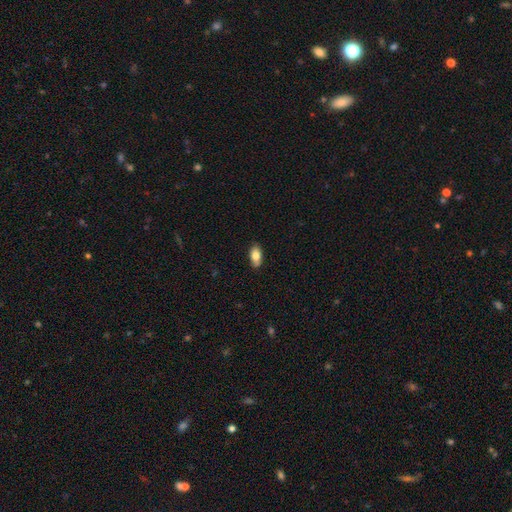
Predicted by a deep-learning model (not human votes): smooth 80%, featured or disk 13%, star or artifact 7%. Down the decision tree: how rounded — in between (91%); merging — none (85%).